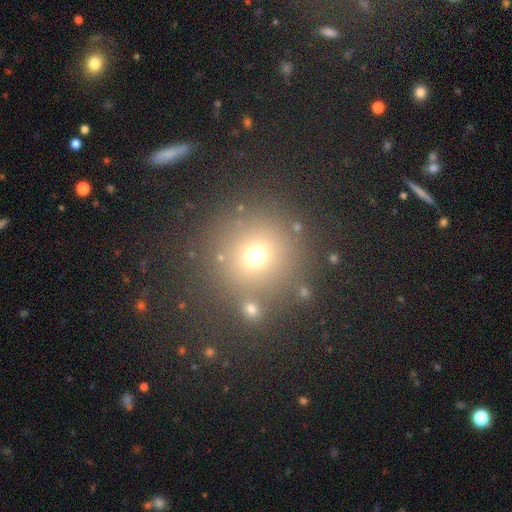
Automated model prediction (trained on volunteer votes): The model was most divided on "smooth or featured": smooth: 67%, star or artifact: 22%, featured or disk: 10%. More confident: how rounded — round (92%); merging — none (75%).